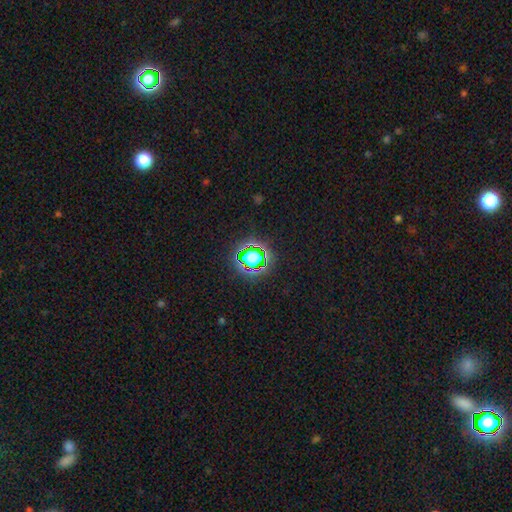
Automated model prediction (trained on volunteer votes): Smooth or featured? star or artifact (61%)